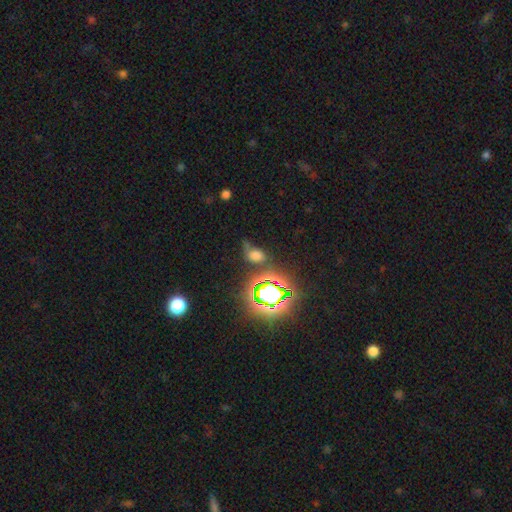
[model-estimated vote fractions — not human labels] Q: Smooth or featured?
A: smooth (50%); runner-up: star or artifact (36%)
Q: Merging?
A: none (48%); runner-up: minor disturbance (24%)